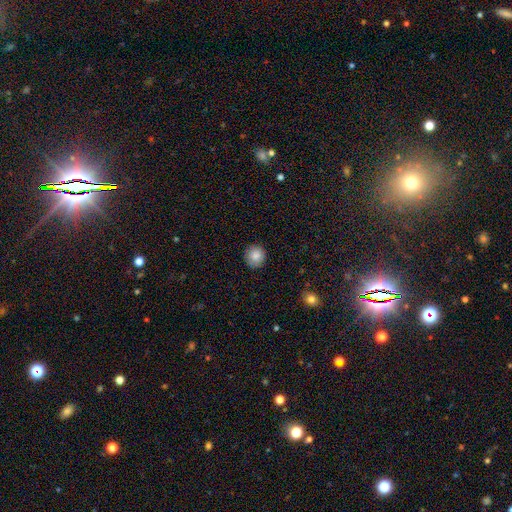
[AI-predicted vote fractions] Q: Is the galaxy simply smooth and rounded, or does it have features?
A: smooth — 86%.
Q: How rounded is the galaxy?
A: round — 89%.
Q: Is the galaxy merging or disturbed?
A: none — 89%.